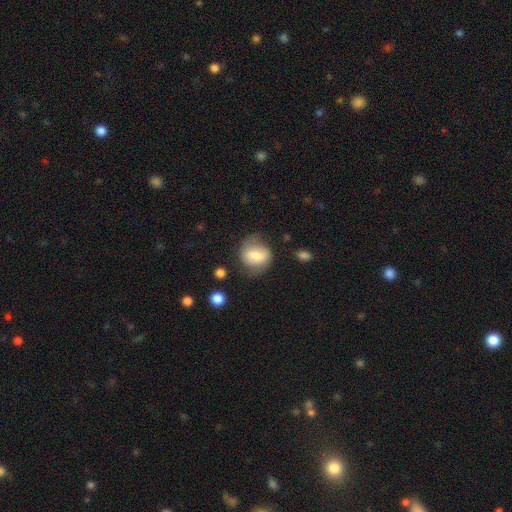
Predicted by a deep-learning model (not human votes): Q: Smooth or featured?
A: smooth (65%); runner-up: featured or disk (27%)
Q: How rounded?
A: round (60%); runner-up: in between (39%)
Q: Merging?
A: none (56%); runner-up: minor disturbance (27%)